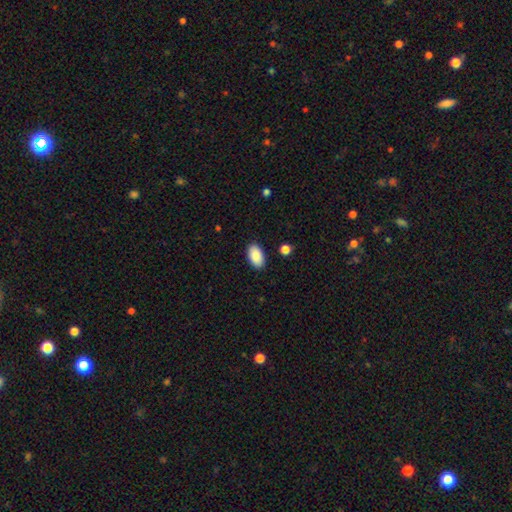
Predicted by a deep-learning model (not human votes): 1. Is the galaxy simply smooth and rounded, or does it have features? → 89% smooth, 6% star or artifact, 4% featured or disk.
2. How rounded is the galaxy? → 95% in between, 4% round, 2% cigar-shaped.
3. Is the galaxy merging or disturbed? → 89% none, 8% minor disturbance, 2% major disturbance, 1% merger.